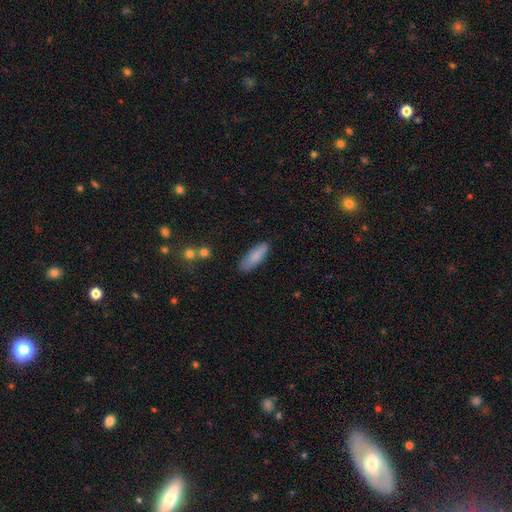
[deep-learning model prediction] This appears to be a smooth galaxy with no disk features (85%) that is in between round and cigar-shaped (50%). Merging: none (84%).